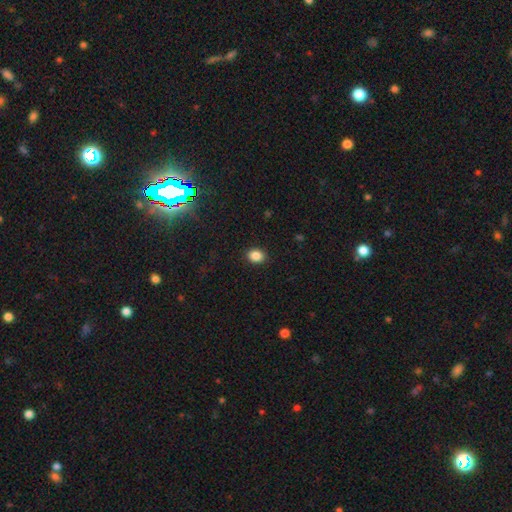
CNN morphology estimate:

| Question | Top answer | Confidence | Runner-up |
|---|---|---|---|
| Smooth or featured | smooth | 87% | star or artifact (10%) |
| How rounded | in between | 53% | round (46%) |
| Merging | none | 90% | minor disturbance (7%) |